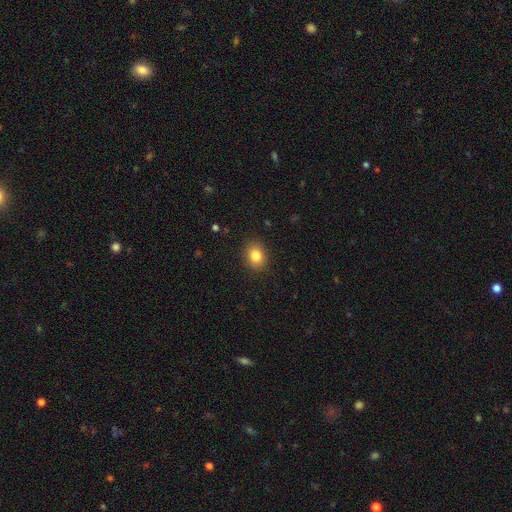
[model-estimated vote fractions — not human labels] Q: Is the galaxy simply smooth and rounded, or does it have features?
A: smooth — 83%.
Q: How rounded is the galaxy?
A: round — 51%.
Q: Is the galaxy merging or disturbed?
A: none — 89%.